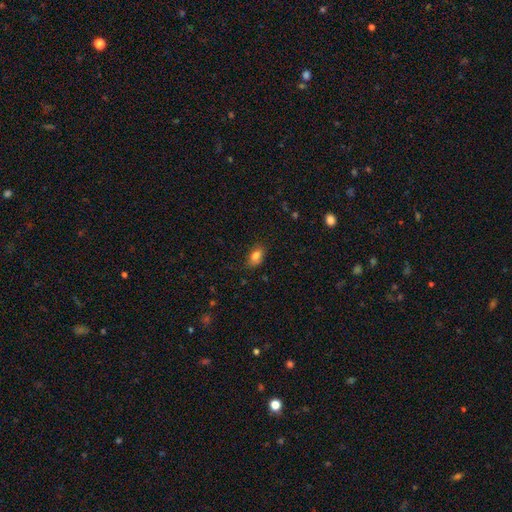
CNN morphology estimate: This is clearly a smooth galaxy (82%). How rounded: clearly in between (85%). Merging: likely none (75%).